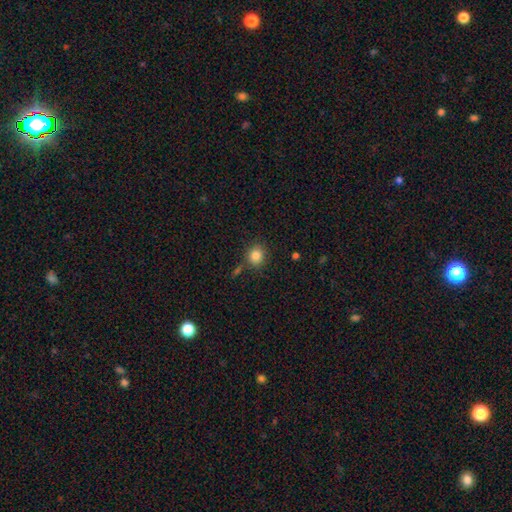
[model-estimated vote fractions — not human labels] Morphology: type=smooth (84%); roundness=round (83%); merging=none (81%).